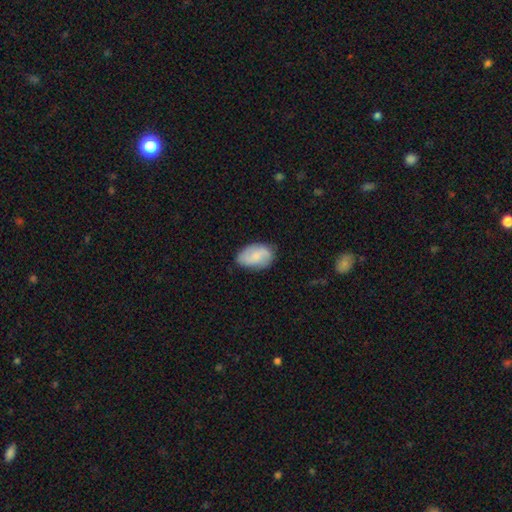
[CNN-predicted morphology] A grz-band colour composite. It shows a smooth galaxy with no disk features (54%) that is in between round and cigar-shaped (90%). Merging: none (76%).